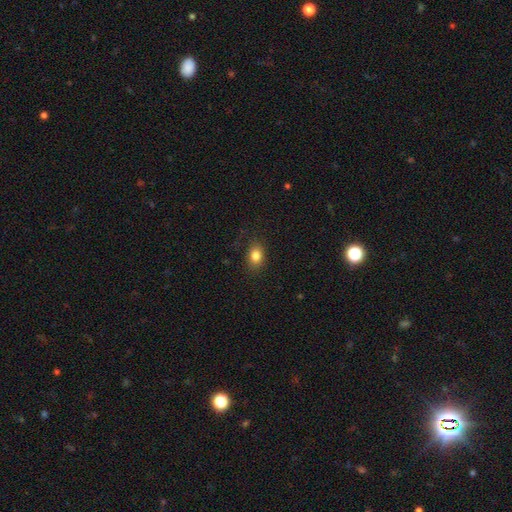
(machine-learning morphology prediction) smooth_or_featured: smooth (p=0.83) [alt: star or artifact p=0.10]
how_rounded: in between (p=0.72) [alt: round p=0.27]
merging: none (p=0.84) [alt: minor disturbance p=0.12]